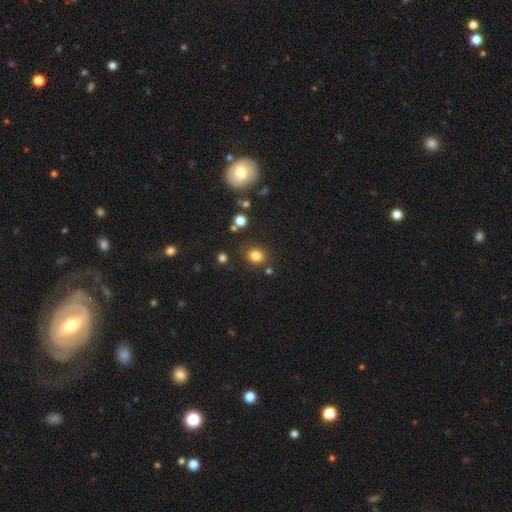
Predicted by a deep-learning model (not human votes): A smooth galaxy with no disk features (81%) that is round (60%). Merging: none (81%).